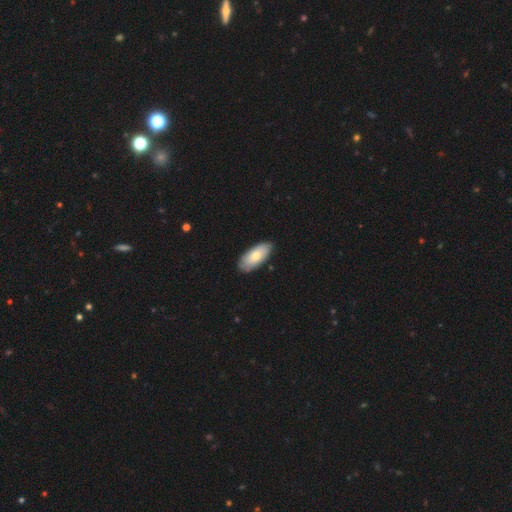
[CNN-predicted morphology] Overall: smooth (71%). How rounded: in between (91%). Merging: none (85%).